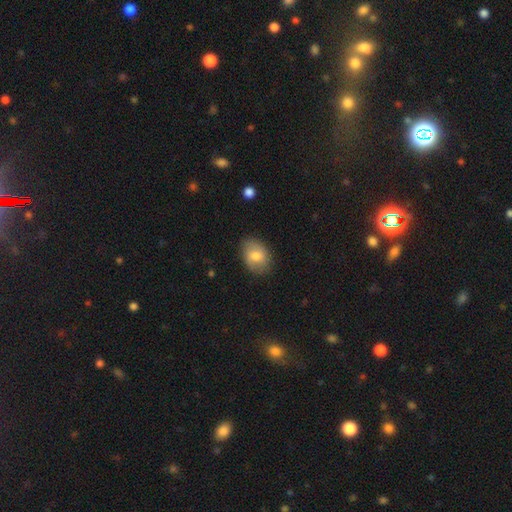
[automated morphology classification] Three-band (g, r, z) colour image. It shows a smooth galaxy with no disk features (75%) that is in between round and cigar-shaped (77%). Merging: none (81%).